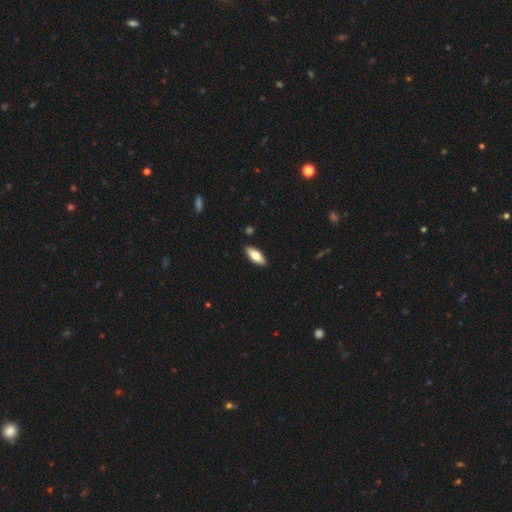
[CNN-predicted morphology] Smooth or featured: smooth — 74% (featured or disk — 20%)
How rounded: in between — 75% (cigar-shaped — 23%)
Merging: none — 88% (minor disturbance — 9%)